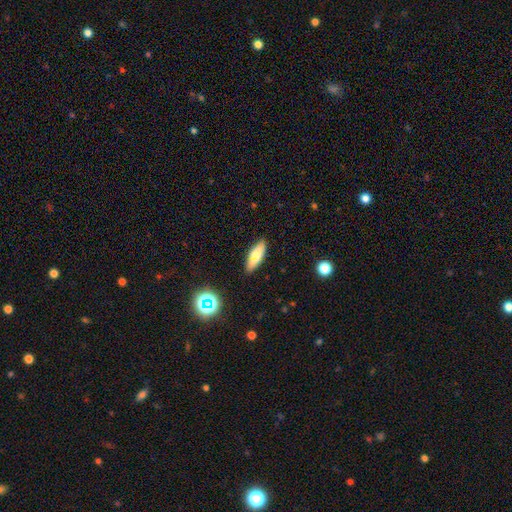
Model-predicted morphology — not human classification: Overall: smooth (68%). How rounded: in between (67%; cigar-shaped 30%). Merging: none (83%).